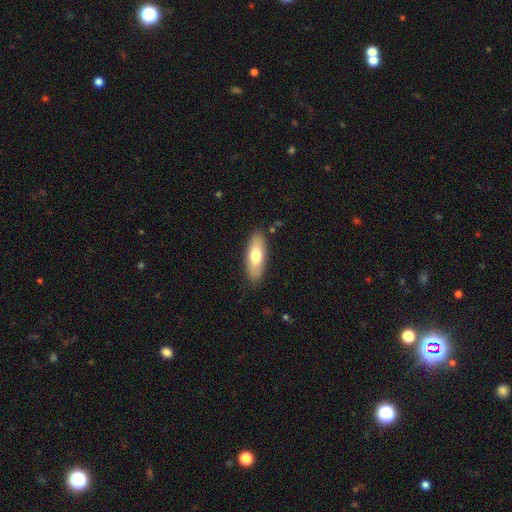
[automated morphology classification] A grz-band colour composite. It shows a smooth galaxy with no disk features (71%) that is in between round and cigar-shaped (69%). Merging: none (86%).